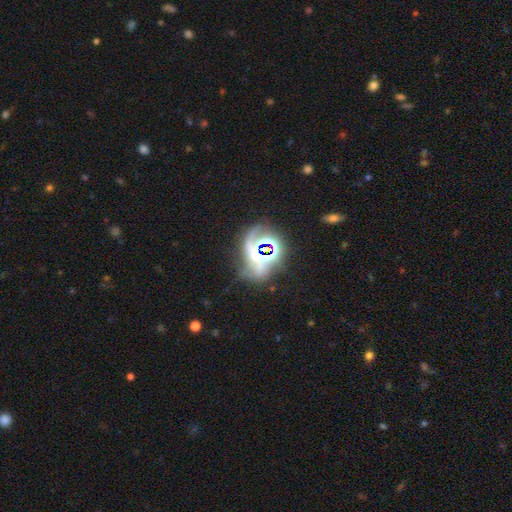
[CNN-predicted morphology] type=star or artifact (50%).